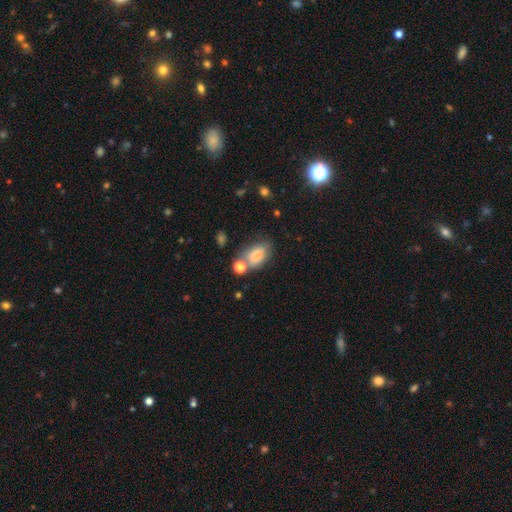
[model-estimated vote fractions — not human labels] The model was most divided on "merging": none: 49%, minor disturbance: 22%, merger: 20%, major disturbance: 10%. More confident: how rounded — in between (85%); smooth or featured — smooth (81%).